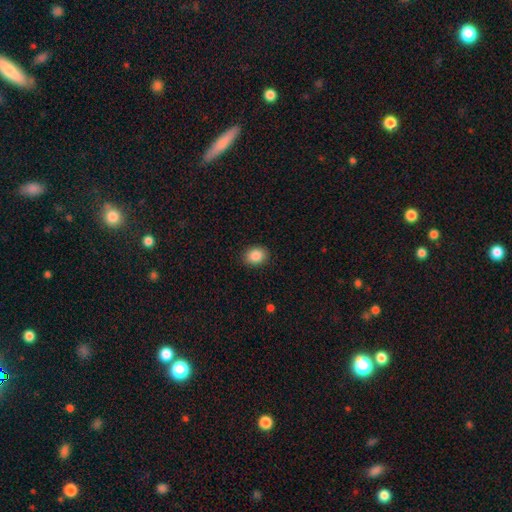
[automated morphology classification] A smooth galaxy with no disk features (87%) that is in between round and cigar-shaped (56%).

Vote fractions:
- Smooth or featured? smooth: 87% / star or artifact: 8% / featured or disk: 5%
- How rounded? in between: 56% / round: 43% / cigar-shaped: 1%
- Merging? none: 89% / minor disturbance: 8% / major disturbance: 2% / merger: 1%